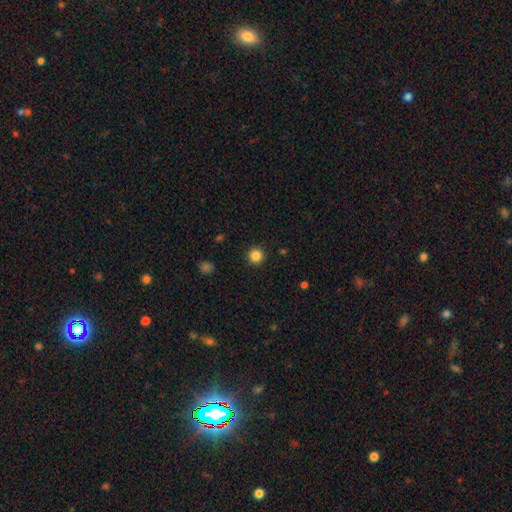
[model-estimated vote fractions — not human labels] Smooth or featured? Predicted: smooth (p=0.85). How rounded? Predicted: round (p=0.96). Merging? Predicted: none (p=0.93).